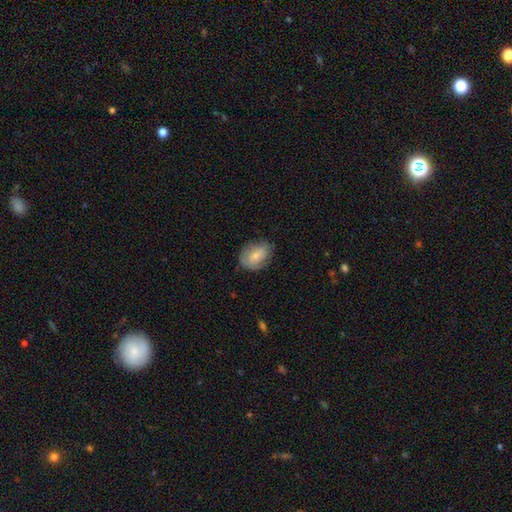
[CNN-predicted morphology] This is likely a smooth galaxy (72%). How rounded: likely in between (72%). Merging: likely none (69%).